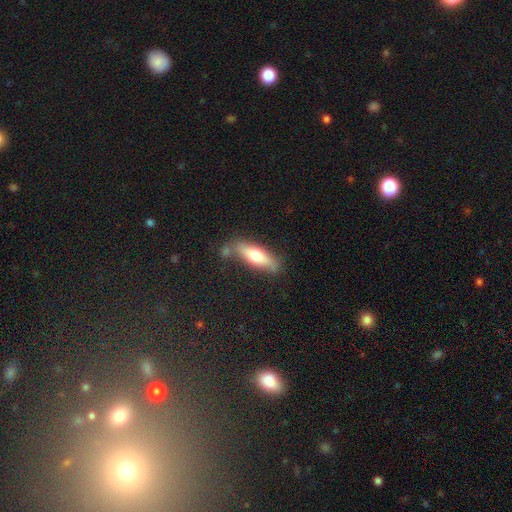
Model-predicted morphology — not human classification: Q: Smooth or featured?
A: smooth (62%); runner-up: featured or disk (32%)
Q: How rounded?
A: cigar-shaped (54%); runner-up: in between (44%)
Q: Merging?
A: none (69%); runner-up: minor disturbance (17%)